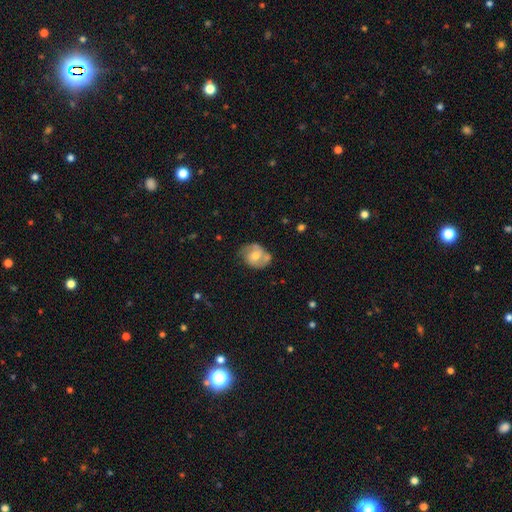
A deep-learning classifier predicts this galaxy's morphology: smooth_or_featured: featured or disk (p=0.59) [alt: smooth p=0.34]
disk_edge_on: no (p=0.97) [alt: yes p=0.03]
bar: no (p=0.63) [alt: weak p=0.31]
has_spiral_arms: yes (p=0.80) [alt: no p=0.20]
bulge_size: moderate (p=0.59) [alt: small p=0.30]
merging: none (p=0.51) [alt: minor disturbance p=0.27]